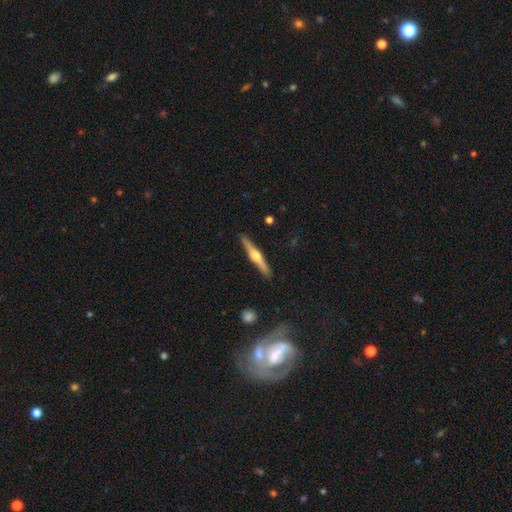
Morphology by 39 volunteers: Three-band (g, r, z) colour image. It shows a featured or disk galaxy (77%) viewed edge-on (100%) with a rounded central bulge (93%). Merging: none (92%).